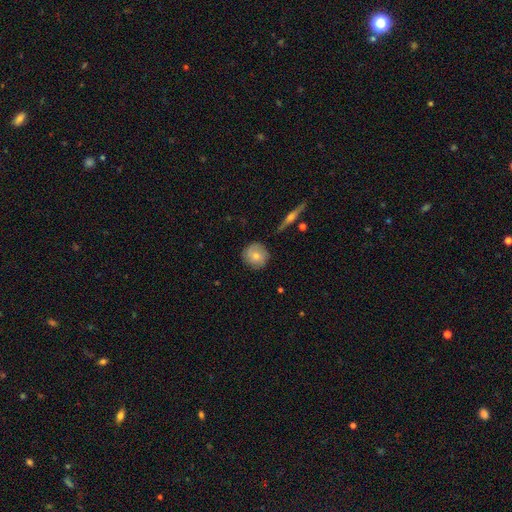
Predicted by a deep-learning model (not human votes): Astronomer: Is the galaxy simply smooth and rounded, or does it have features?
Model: smooth — 58% (runner-up: featured or disk, 34%).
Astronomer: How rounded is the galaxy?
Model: round — 91%.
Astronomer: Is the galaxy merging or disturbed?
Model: none — 82%.